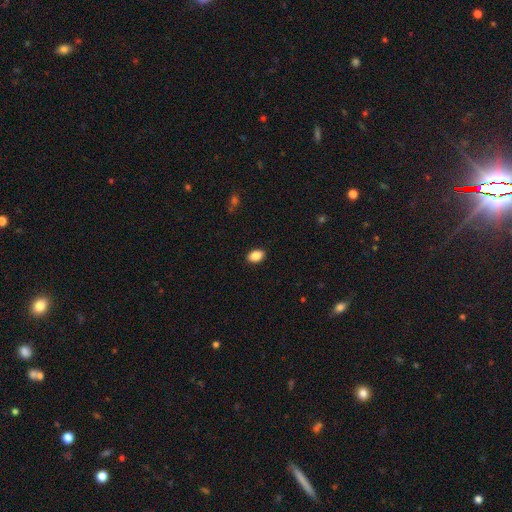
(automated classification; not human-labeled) smooth 88%, star or artifact 8%, featured or disk 4%. Down the decision tree: how rounded — in between (85%); merging — none (90%).